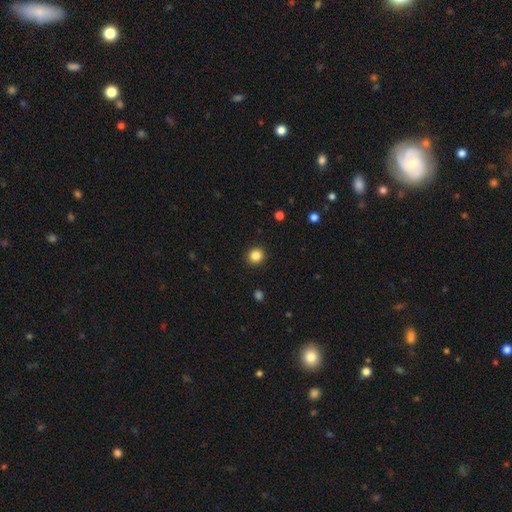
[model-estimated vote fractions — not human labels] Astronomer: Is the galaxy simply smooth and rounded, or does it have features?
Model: smooth — 85%.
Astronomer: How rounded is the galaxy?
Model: round — 91%.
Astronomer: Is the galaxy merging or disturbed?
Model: none — 92%.